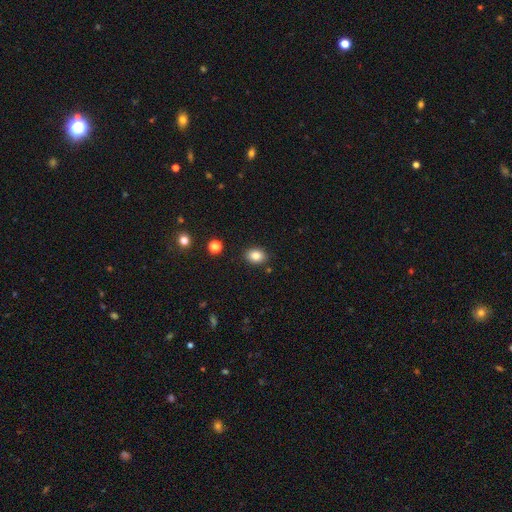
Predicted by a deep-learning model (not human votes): Overall: smooth (84%). How rounded: in between (63%; round 36%). Merging: none (87%).